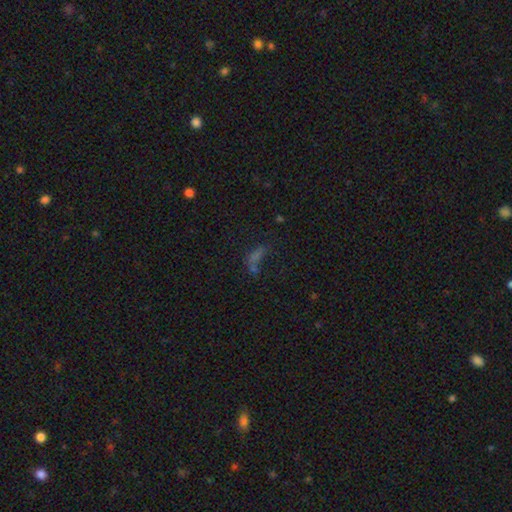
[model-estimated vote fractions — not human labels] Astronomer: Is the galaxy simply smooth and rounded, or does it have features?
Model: smooth — 48% (runner-up: star or artifact, 36%).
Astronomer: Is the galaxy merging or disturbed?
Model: none — 40% (runner-up: merger, 25%).